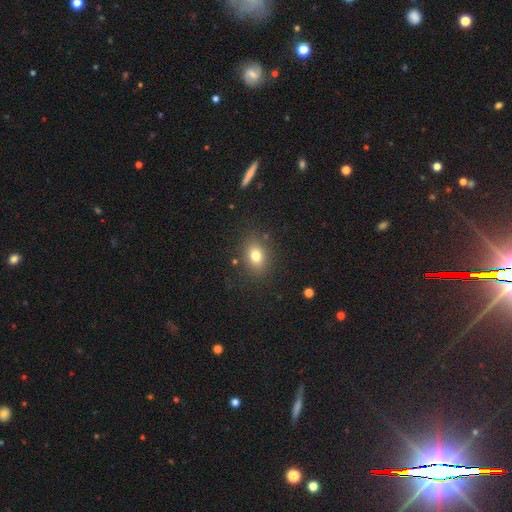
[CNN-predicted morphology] Q: Smooth or featured?
A: smooth (78%); runner-up: star or artifact (12%)
Q: How rounded?
A: in between (64%); runner-up: round (35%)
Q: Merging?
A: none (84%); runner-up: minor disturbance (10%)